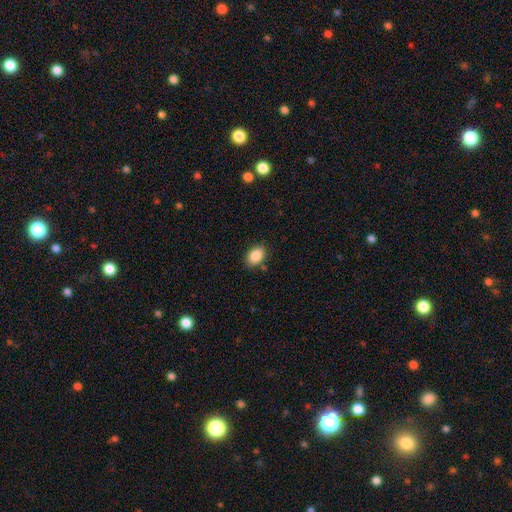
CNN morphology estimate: Overall: smooth (88%). How rounded: in between (78%). Merging: none (83%).